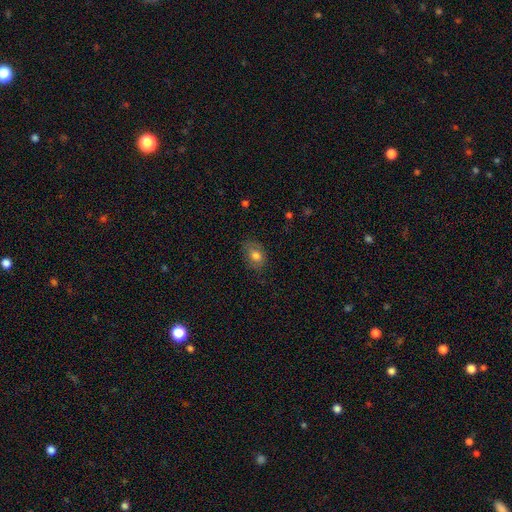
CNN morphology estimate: Smooth or featured? Predicted: smooth (p=0.75). How rounded? Predicted: in between (p=0.78). Merging? Predicted: none (p=0.73).